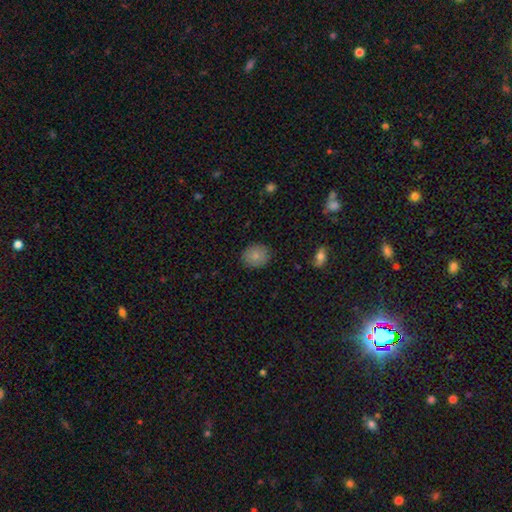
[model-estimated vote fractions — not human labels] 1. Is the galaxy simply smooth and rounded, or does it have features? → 82% smooth, 10% featured or disk, 8% star or artifact.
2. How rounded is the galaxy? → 68% round, 31% in between, 1% cigar-shaped.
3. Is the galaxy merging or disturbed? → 86% none, 10% minor disturbance, 2% major disturbance, 1% merger.